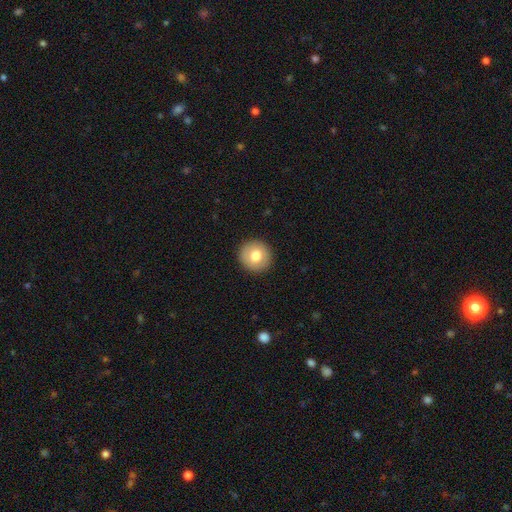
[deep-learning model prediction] Q: Smooth or featured?
A: smooth (76%); runner-up: featured or disk (16%)
Q: How rounded?
A: round (94%); runner-up: in between (5%)
Q: Merging?
A: none (92%); runner-up: minor disturbance (5%)